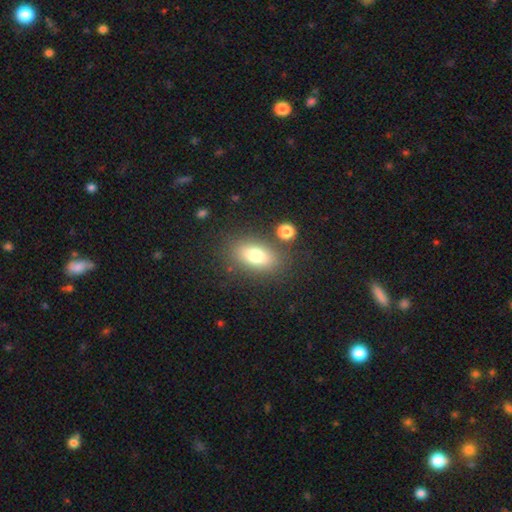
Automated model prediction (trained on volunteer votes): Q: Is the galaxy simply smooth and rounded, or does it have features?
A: smooth — 77%.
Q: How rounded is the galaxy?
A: in between — 86%.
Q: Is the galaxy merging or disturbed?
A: none — 77%.